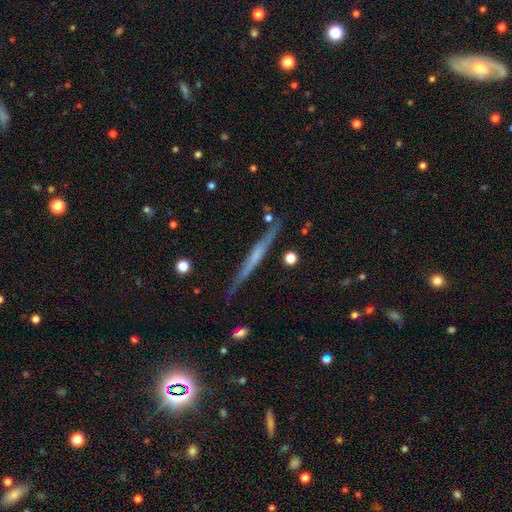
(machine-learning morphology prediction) Overall: featured or disk (65%; smooth 27%). Edge-on disk: yes (96%). Edge-on bulge: none (64%). Merging: none (82%).